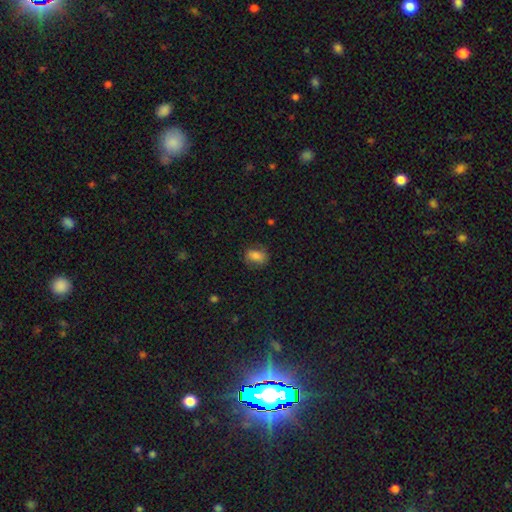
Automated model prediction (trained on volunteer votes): smooth-or-featured: smooth: 76% | featured or disk: 14% | star or artifact: 11%
  how-rounded: in between: 73% | round: 25% | cigar-shaped: 2%
  merging: none: 74% | minor disturbance: 18% | major disturbance: 6% | merger: 1%